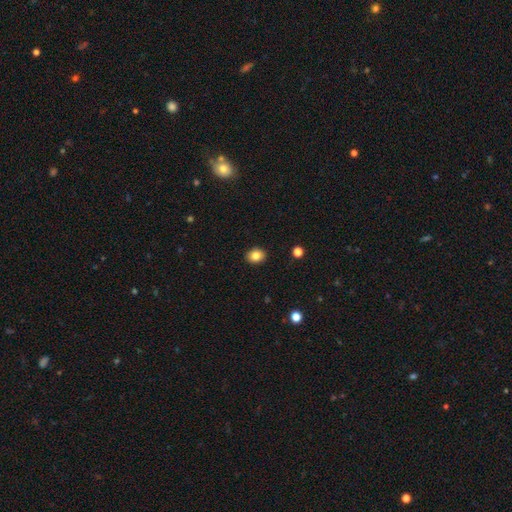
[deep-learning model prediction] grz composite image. It shows a smooth galaxy with no disk features (83%) that is round (54%). Merging: none (91%).